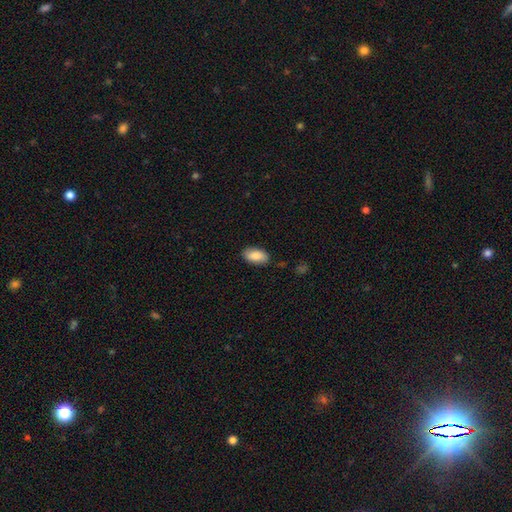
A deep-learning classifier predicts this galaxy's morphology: smooth_or_featured: smooth (p=0.87) [alt: featured or disk p=0.07]
how_rounded: in between (p=0.94) [alt: round p=0.03]
merging: none (p=0.86) [alt: minor disturbance p=0.10]